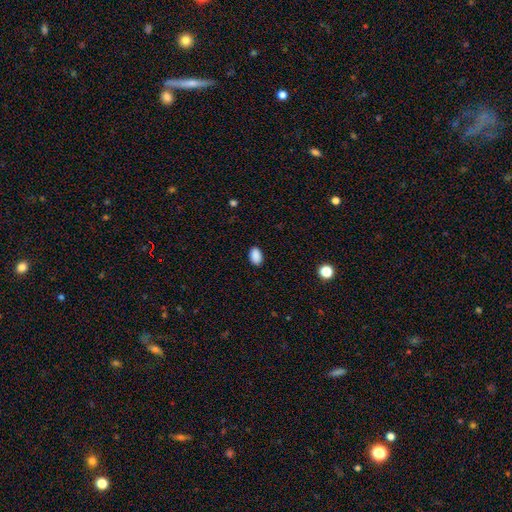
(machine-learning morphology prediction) smooth 89%, star or artifact 8%, featured or disk 2%. Down the decision tree: how rounded — in between (88%); merging — none (89%).